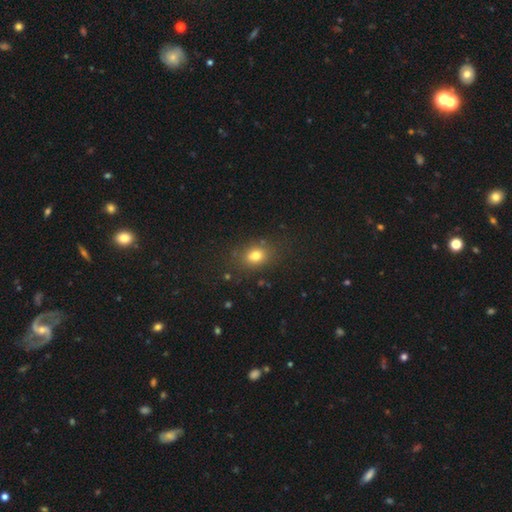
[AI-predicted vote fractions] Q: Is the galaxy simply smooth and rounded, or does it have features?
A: smooth — 76%.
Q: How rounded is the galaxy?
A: in between — 57%.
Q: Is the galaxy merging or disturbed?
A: none — 79%.